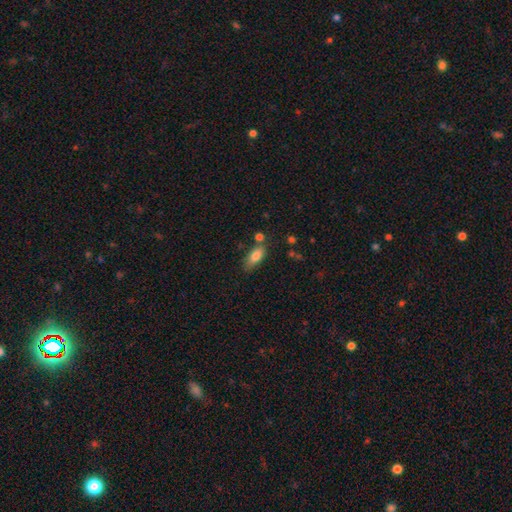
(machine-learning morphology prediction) smooth-or-featured: smooth: 82% | featured or disk: 11% | star or artifact: 8%
  how-rounded: in between: 79% | cigar-shaped: 18% | round: 3%
  merging: none: 66% | minor disturbance: 19% | merger: 10% | major disturbance: 5%